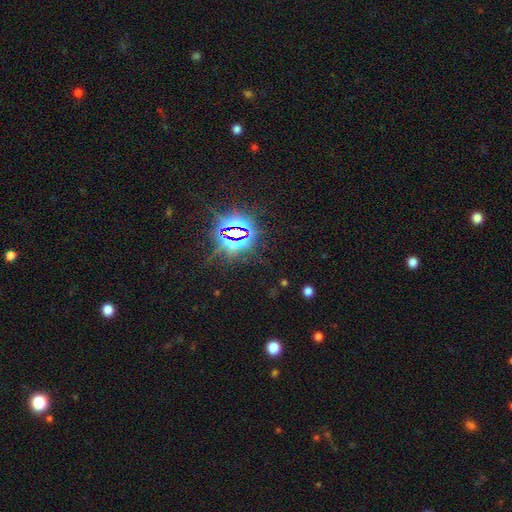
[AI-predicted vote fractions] smooth_or_featured: star or artifact (p=0.83) [alt: smooth p=0.10]